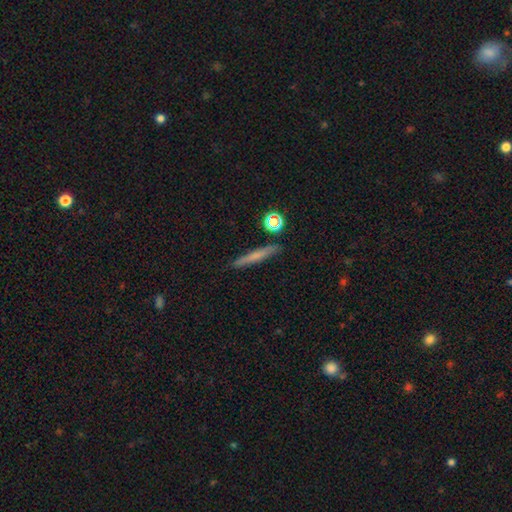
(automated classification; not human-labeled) smooth-or-featured: smooth: 59% | featured or disk: 32% | star or artifact: 9%
  how-rounded: cigar-shaped: 92% | in between: 5% | round: 3%
  merging: none: 88% | minor disturbance: 8% | merger: 2% | major disturbance: 2%